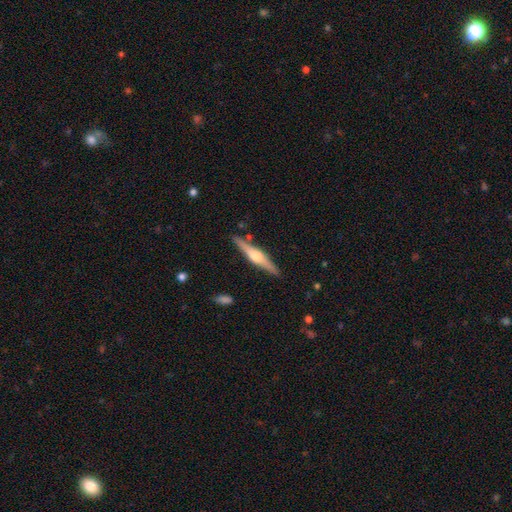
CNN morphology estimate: Smooth or featured? Predicted: featured or disk (p=0.71). Edge-on disk? Predicted: yes (p=0.97). Edge-on bulge? Predicted: rounded (p=0.92). Merging? Predicted: none (p=0.87).